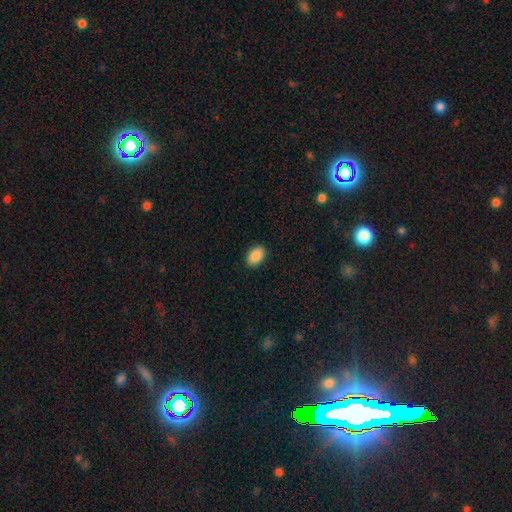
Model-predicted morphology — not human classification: Smooth or featured?
  - smooth: 90% *
  - star or artifact: 7%
  - featured or disk: 3%
How rounded?
  - in between: 88% *
  - round: 11%
  - cigar-shaped: 1%
Merging?
  - none: 90% *
  - minor disturbance: 7%
  - major disturbance: 2%
  - merger: 1%